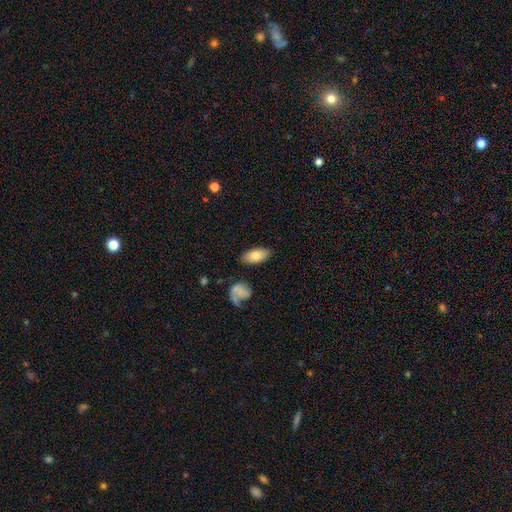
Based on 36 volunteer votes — Smooth or featured? smooth (69%)
How rounded? in between (96%)
Merging? none (78%)